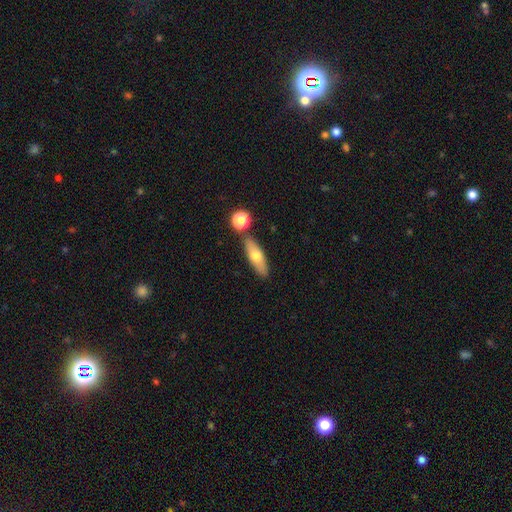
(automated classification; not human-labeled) This appears to be a smooth galaxy with no disk features (62%) that is in between round and cigar-shaped (50%). Merging: none (77%).